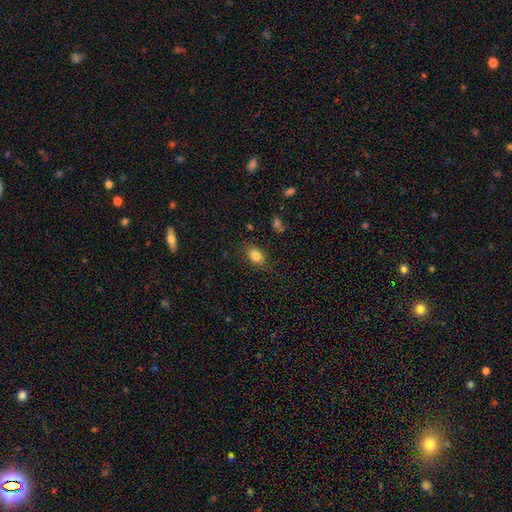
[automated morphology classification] type=smooth (83%); roundness=in between (79%); merging=none (82%).